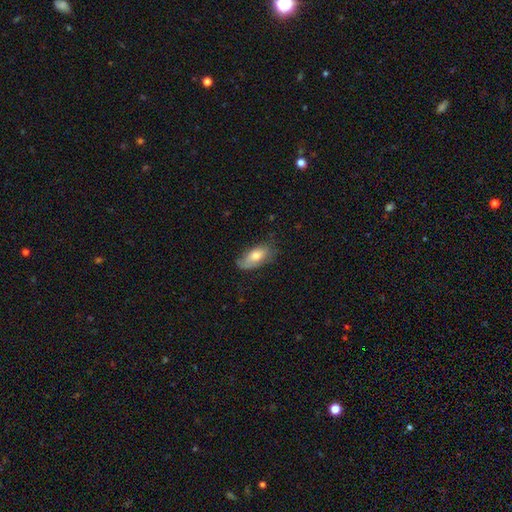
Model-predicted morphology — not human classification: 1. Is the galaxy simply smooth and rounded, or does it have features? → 67% smooth, 26% featured or disk, 7% star or artifact.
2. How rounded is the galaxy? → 87% in between, 10% cigar-shaped, 3% round.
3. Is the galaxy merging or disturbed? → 62% none, 29% minor disturbance, 8% major disturbance, 2% merger.